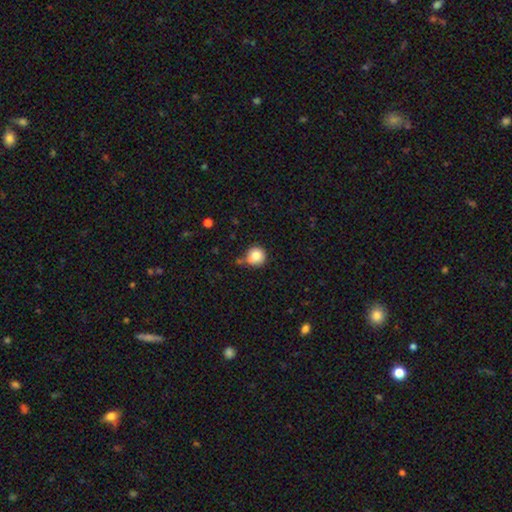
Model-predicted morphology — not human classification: Smooth or featured? Predicted: smooth (p=0.84). How rounded? Predicted: round (p=0.93). Merging? Predicted: none (p=0.67).